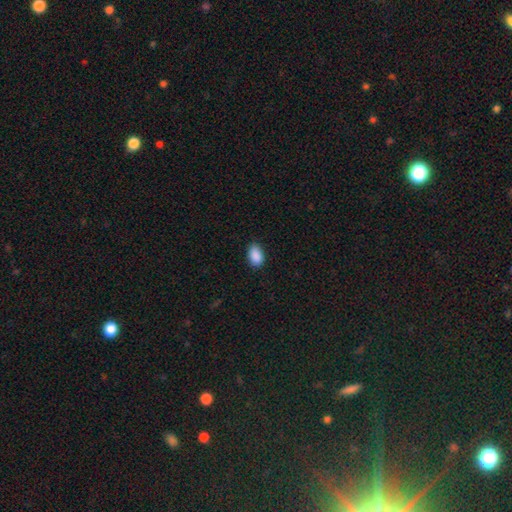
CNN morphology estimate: smooth 90%, star or artifact 8%, featured or disk 3%. Down the decision tree: how rounded — in between (90%); merging — none (82%).